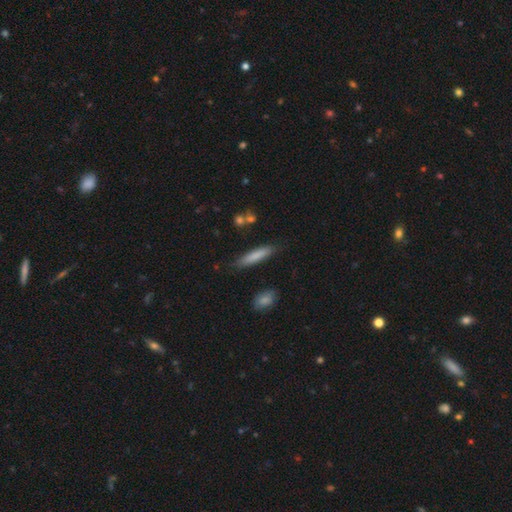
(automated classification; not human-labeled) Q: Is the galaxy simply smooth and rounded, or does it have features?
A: smooth — 78%.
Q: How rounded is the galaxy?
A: cigar-shaped — 84%.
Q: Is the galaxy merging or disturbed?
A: none — 82%.